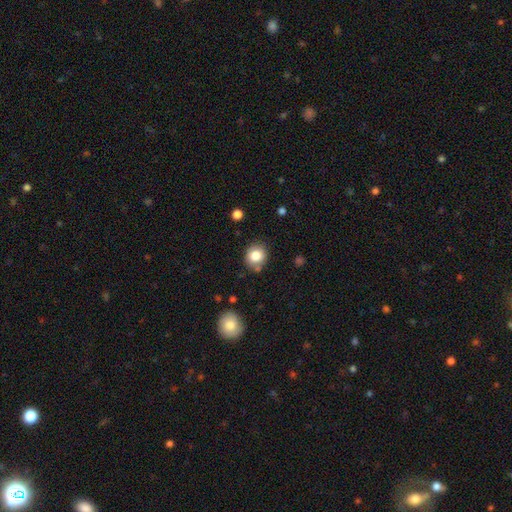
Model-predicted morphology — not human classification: A smooth galaxy with no disk features (83%) that is round (77%). Merging: none (79%).